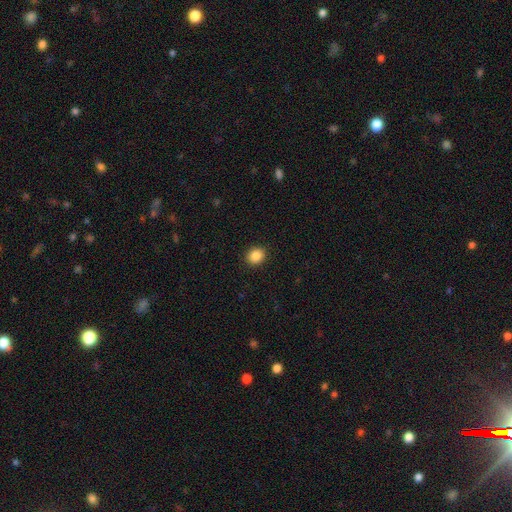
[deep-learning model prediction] A smooth galaxy with no disk features (88%) that is round (63%).

Vote fractions:
- Smooth or featured? smooth: 88% / star or artifact: 9% / featured or disk: 3%
- How rounded? round: 63% / in between: 36% / cigar-shaped: 1%
- Merging? none: 91% / minor disturbance: 6% / major disturbance: 2% / merger: 1%